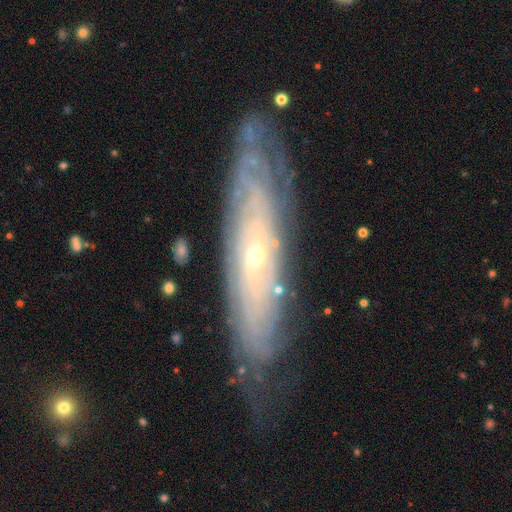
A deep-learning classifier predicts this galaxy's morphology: Smooth or featured: featured or disk — 83% (smooth — 11%)
Edge-on disk: no — 73% (yes — 27%)
Bar: no — 74% (weak — 19%)
Spiral arms: yes — 89% (no — 11%)
Spiral winding: tight — 81% (medium — 15%)
Spiral arm count: can't tell — 65% (more than 4 — 10%)
Bulge size: small — 76% (moderate — 21%)
Merging: none — 76% (minor disturbance — 17%)